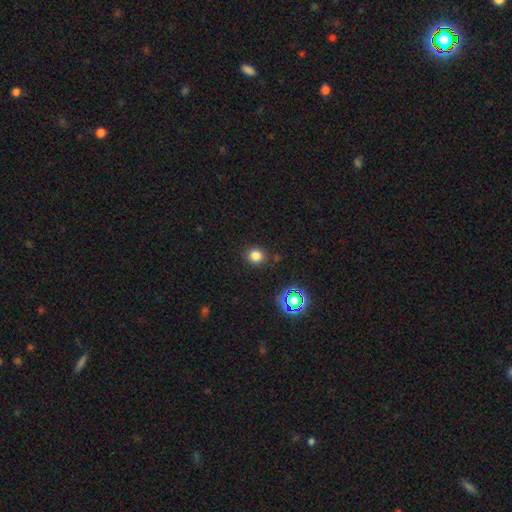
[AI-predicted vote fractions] Smooth or featured: smooth — 79% (star or artifact — 17%)
How rounded: round — 85% (in between — 14%)
Merging: none — 87% (minor disturbance — 8%)